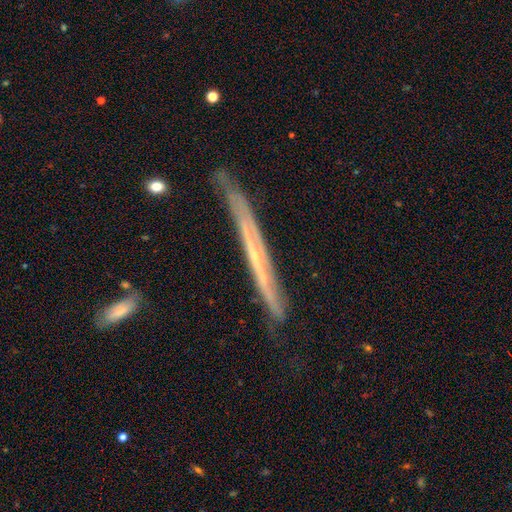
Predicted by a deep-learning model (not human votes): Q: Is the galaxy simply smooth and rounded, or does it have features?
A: featured or disk — 73%.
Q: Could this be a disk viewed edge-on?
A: yes — 90%.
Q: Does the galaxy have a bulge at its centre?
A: none — 66%.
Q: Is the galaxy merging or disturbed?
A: none — 70%.